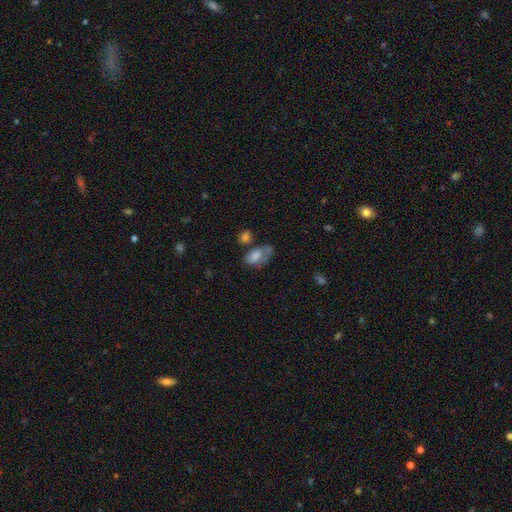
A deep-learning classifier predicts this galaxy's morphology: smooth 71%, featured or disk 19%, star or artifact 10%. Down the decision tree: how rounded — in between (89%); merging — none (31%).